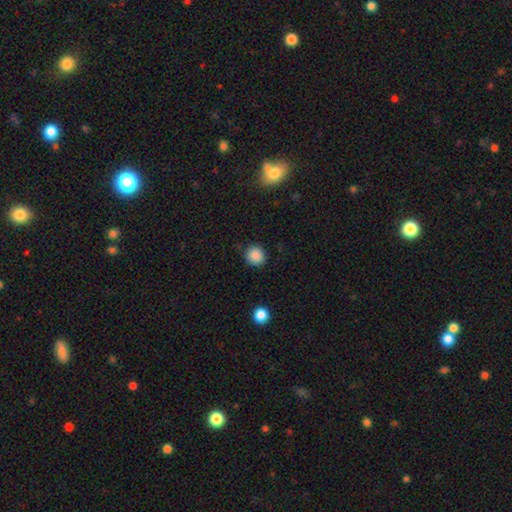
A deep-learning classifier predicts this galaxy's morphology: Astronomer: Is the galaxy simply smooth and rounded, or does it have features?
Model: smooth — 87%.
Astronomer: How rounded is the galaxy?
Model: round — 87%.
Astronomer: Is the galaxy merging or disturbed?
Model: none — 85%.